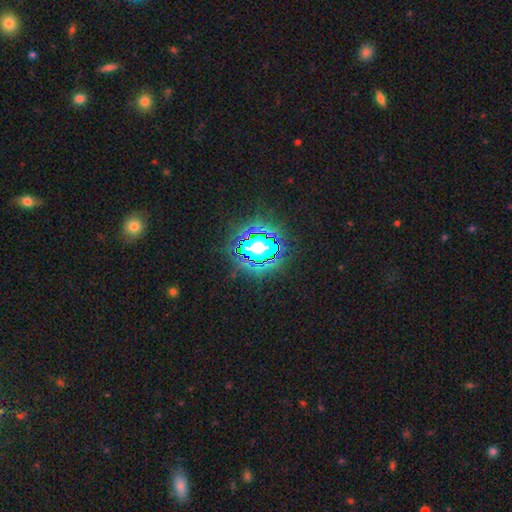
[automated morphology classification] smooth_or_featured: star or artifact (p=0.80) [alt: smooth p=0.12]